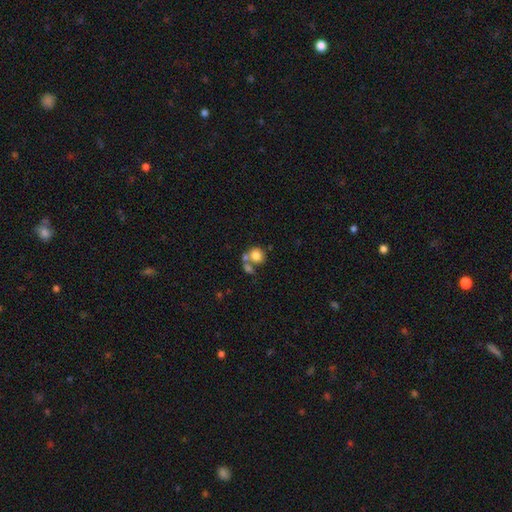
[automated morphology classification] Smooth or featured: smooth — 77% (featured or disk — 14%)
How rounded: round — 77% (in between — 22%)
Merging: merger — 44% (none — 40%)